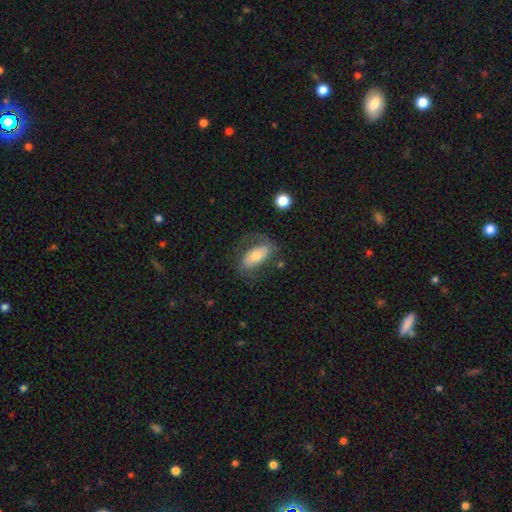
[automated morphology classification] Smooth or featured? Predicted: featured or disk (p=0.54). Edge-on disk? Predicted: no (p=0.89). Merging? Predicted: none (p=0.59).